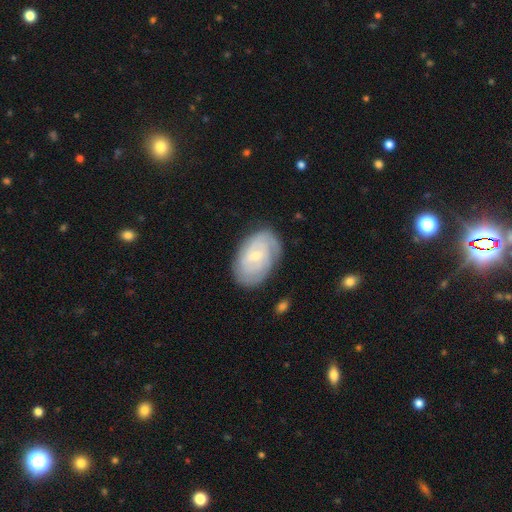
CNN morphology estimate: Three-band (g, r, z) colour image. It shows a featured or disk galaxy (73%) with a weak bar (47%), tight (69%) spiral arms (91%) and a small central bulge (68%). Merging: none (77%).